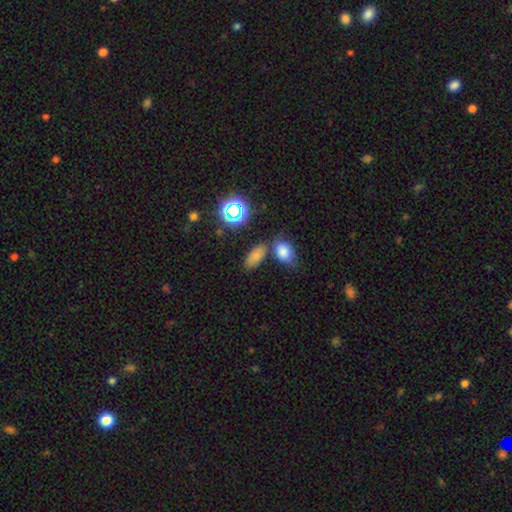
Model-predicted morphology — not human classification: smooth_or_featured: smooth (p=0.71) [alt: star or artifact p=0.20]
how_rounded: in between (p=0.88) [alt: round p=0.07]
merging: none (p=0.64) [alt: merger p=0.18]